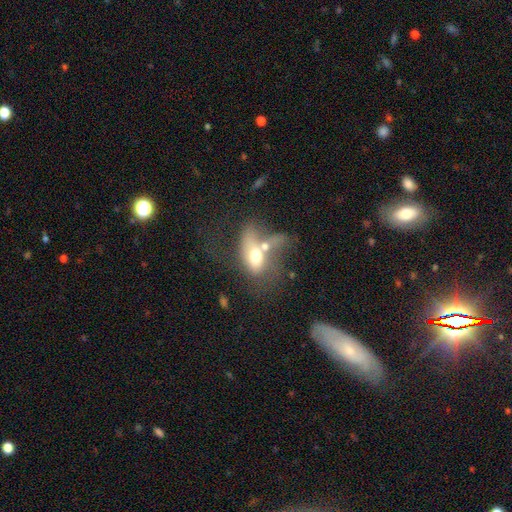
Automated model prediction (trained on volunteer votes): Morphology: type=smooth (56%); roundness=in between (80%); merging=merger (57%).